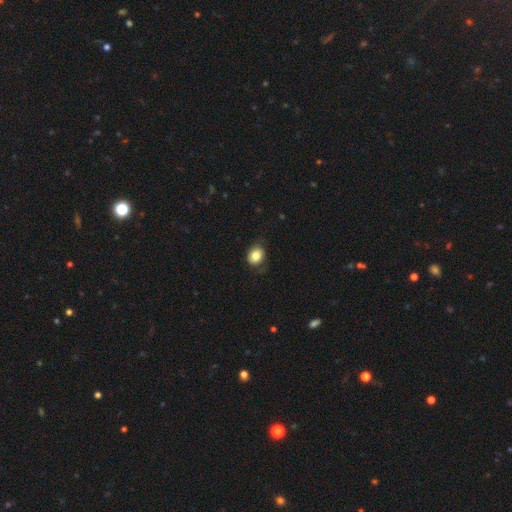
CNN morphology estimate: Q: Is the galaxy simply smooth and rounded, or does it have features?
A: smooth — 81%.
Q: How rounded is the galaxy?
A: round — 52%.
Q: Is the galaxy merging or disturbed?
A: none — 68%.